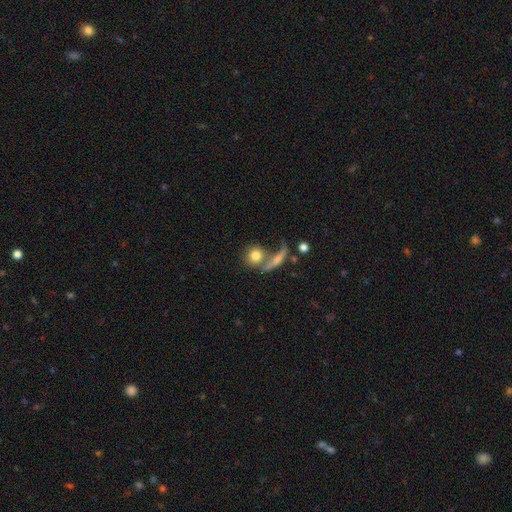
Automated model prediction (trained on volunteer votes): Smooth or featured? smooth (75%)
How rounded? round (77%)
Merging? none (47%)